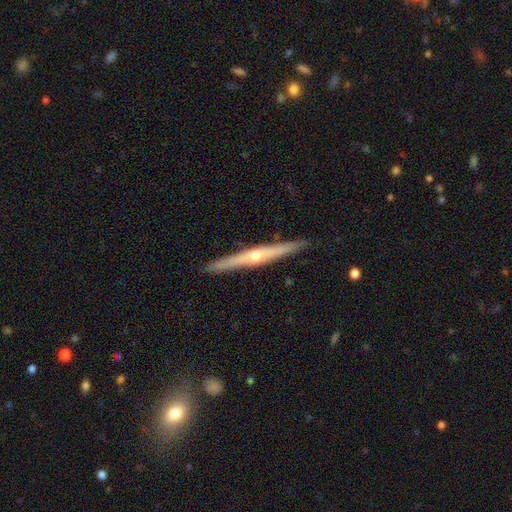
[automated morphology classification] Smooth or featured: featured or disk — 76% (smooth — 18%)
Edge-on disk: yes — 98% (no — 2%)
Edge-on bulge: rounded — 86% (none — 10%)
Merging: none — 91% (minor disturbance — 6%)